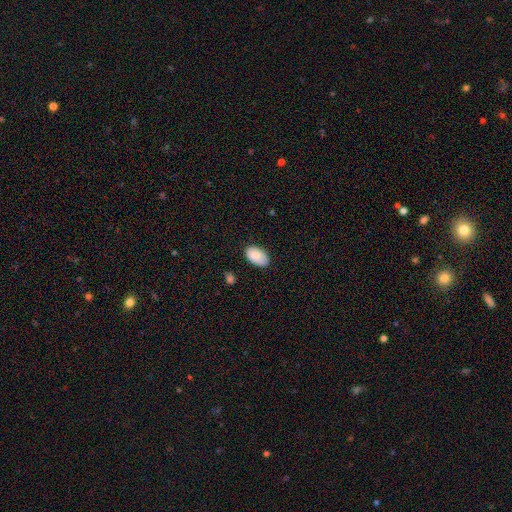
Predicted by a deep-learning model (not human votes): The model was most divided on "merging": none: 78%, minor disturbance: 18%, major disturbance: 3%, merger: 1%. More confident: how rounded — in between (93%); smooth or featured — smooth (85%).